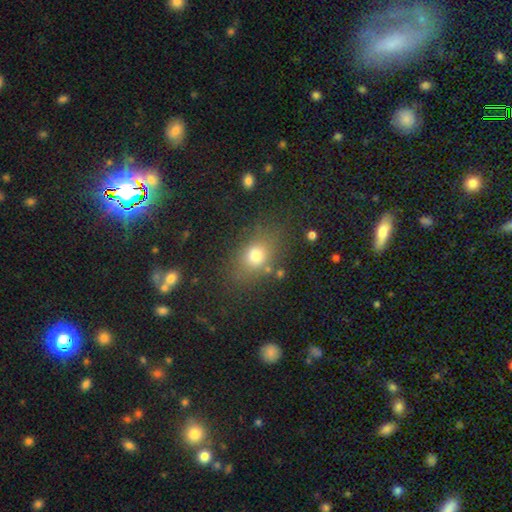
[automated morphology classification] smooth-or-featured: smooth: 75% | star or artifact: 14% | featured or disk: 11%
  how-rounded: in between: 59% | round: 38% | cigar-shaped: 3%
  merging: none: 74% | minor disturbance: 15% | major disturbance: 7% | merger: 4%